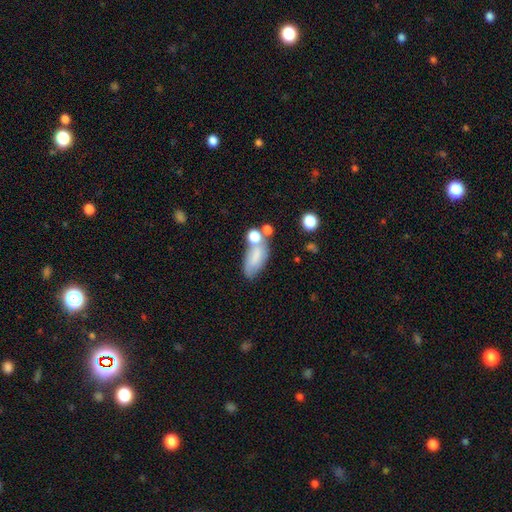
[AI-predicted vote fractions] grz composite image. It shows a smooth galaxy with no disk features (69%) that is in between round and cigar-shaped (83%). Merging: none (39%).